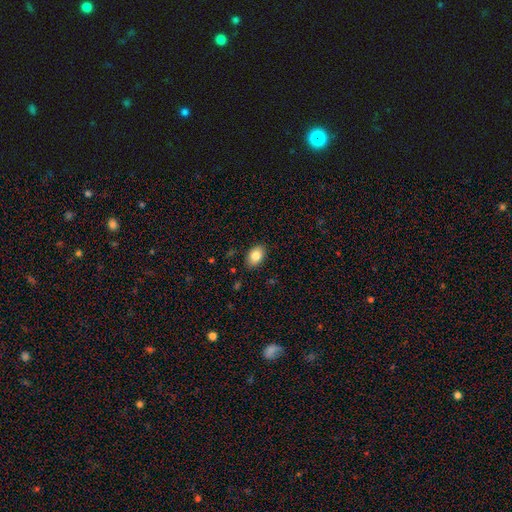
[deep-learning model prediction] Overall: smooth (84%). How rounded: in between (85%). Merging: none (88%).